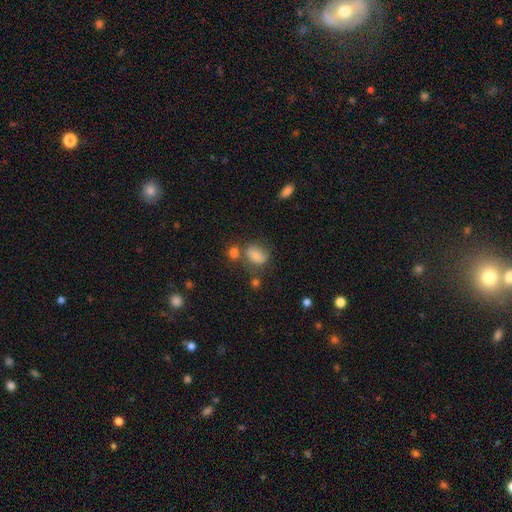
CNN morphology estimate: Q: Smooth or featured?
A: smooth (78%); runner-up: star or artifact (11%)
Q: How rounded?
A: in between (76%); runner-up: round (22%)
Q: Merging?
A: none (44%); runner-up: minor disturbance (23%)